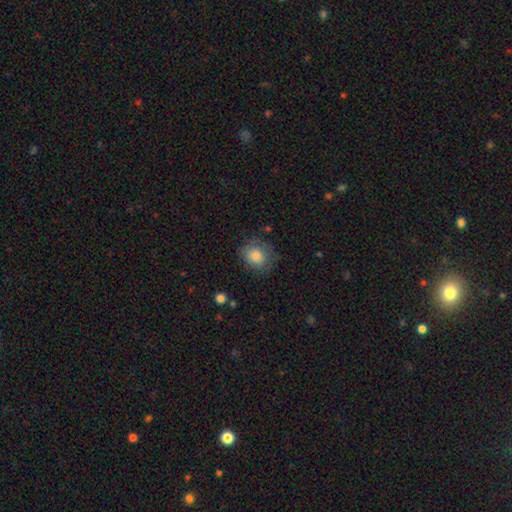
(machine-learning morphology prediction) type=smooth (80%); roundness=round (70%); merging=none (71%).